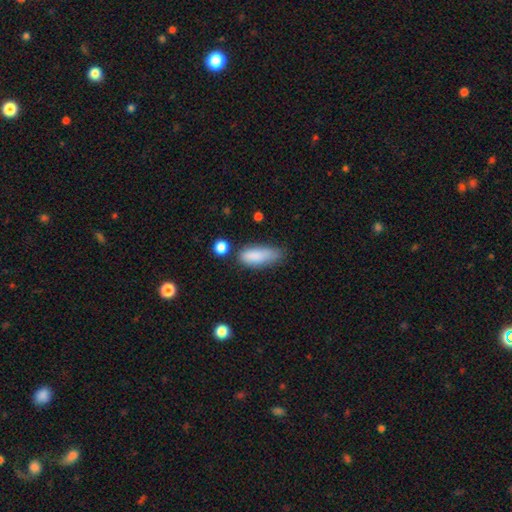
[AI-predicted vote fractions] smooth 84%, featured or disk 9%, star or artifact 8%. Down the decision tree: how rounded — in between (67%); merging — none (50%).